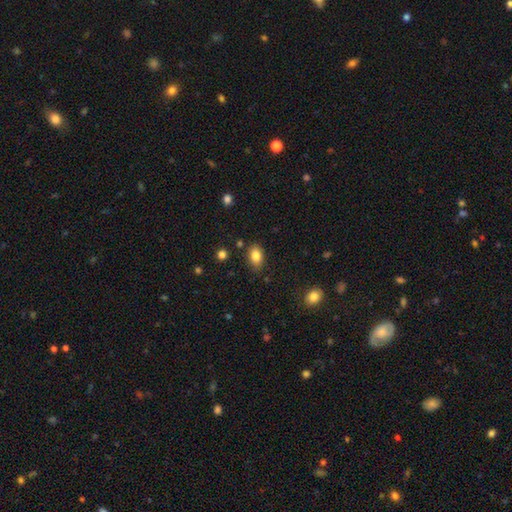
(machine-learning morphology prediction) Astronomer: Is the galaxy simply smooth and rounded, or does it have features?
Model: smooth — 84%.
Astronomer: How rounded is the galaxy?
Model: in between — 83%.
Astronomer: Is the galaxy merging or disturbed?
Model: none — 80%.